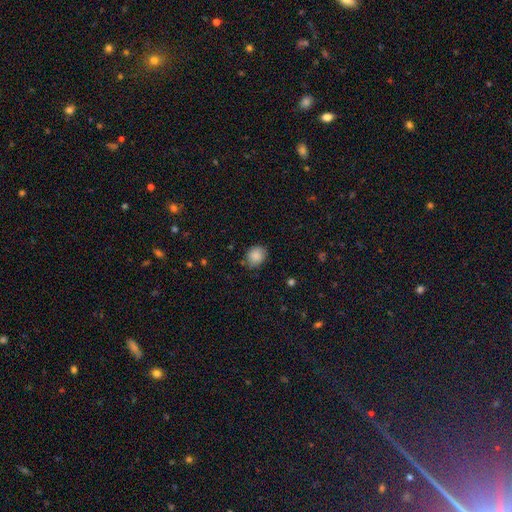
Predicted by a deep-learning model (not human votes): This is clearly a smooth galaxy (86%). How rounded: likely round (63%). Merging: likely none (77%).